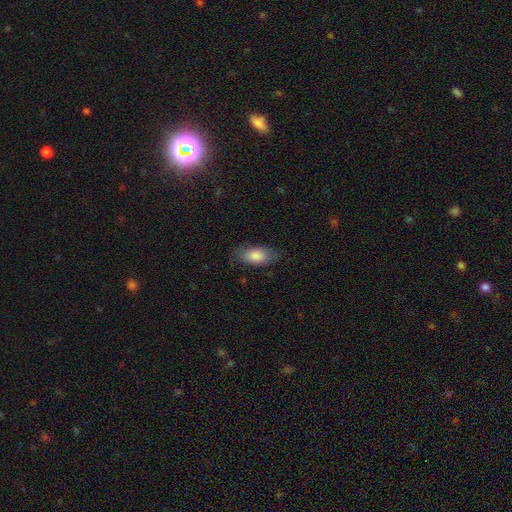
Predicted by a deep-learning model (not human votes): Morphology: type=smooth (80%); roundness=in between (86%); merging=none (77%).